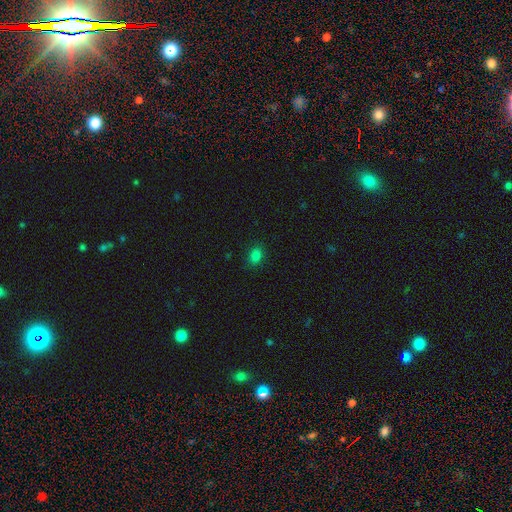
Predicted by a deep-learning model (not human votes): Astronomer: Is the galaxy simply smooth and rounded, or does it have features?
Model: smooth — 82%.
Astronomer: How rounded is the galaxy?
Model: in between — 70%.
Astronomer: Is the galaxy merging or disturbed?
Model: none — 87%.